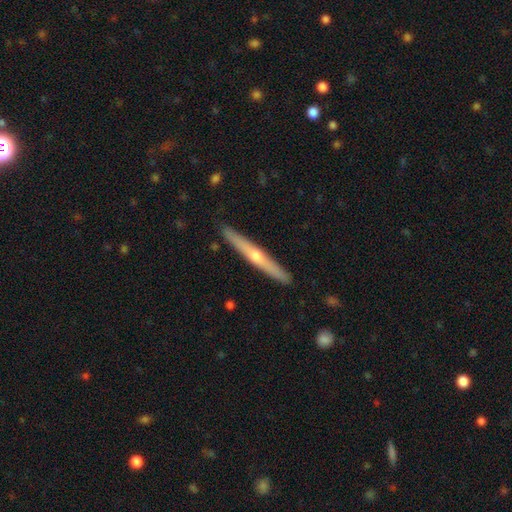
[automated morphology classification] A featured or disk galaxy (63%) viewed edge-on (97%) with a rounded central bulge (80%).

Vote fractions:
- Smooth or featured? featured or disk: 63% / smooth: 32% / star or artifact: 5%
- Edge-on disk? yes: 97% / no: 3%
- Edge-on bulge? rounded: 80% / none: 18% / boxy: 2%
- Merging? none: 91% / minor disturbance: 6% / major disturbance: 1% / merger: 1%